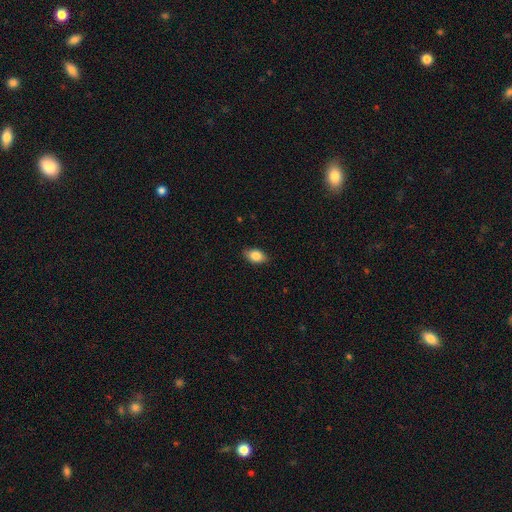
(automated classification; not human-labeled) Smooth or featured? Predicted: smooth (p=0.84). How rounded? Predicted: in between (p=0.87). Merging? Predicted: none (p=0.85).